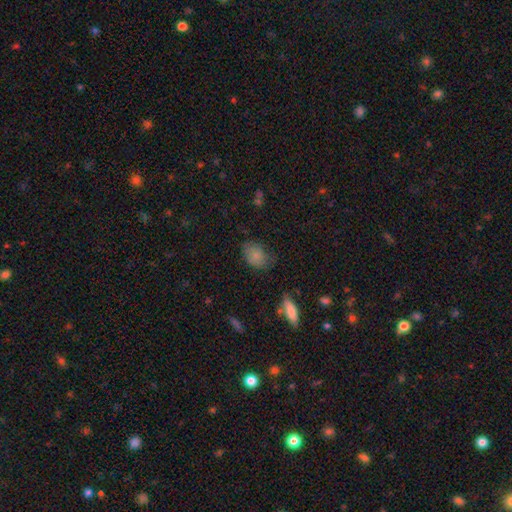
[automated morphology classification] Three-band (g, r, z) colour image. It shows a smooth galaxy with no disk features (81%) that is in between round and cigar-shaped (71%). Merging: none (62%).